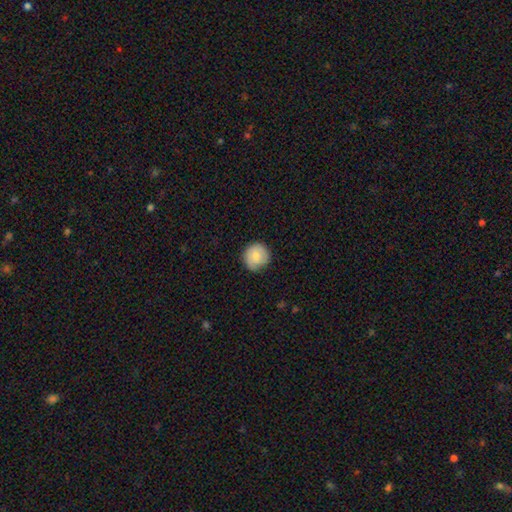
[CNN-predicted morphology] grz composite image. It shows a smooth galaxy with no disk features (81%) that is round (93%). Merging: none (80%).